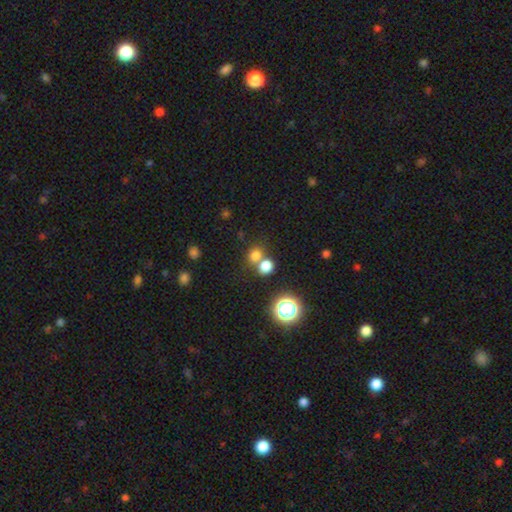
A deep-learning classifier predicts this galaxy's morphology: type=smooth (72%); roundness=round (73%); merging=none (54%).